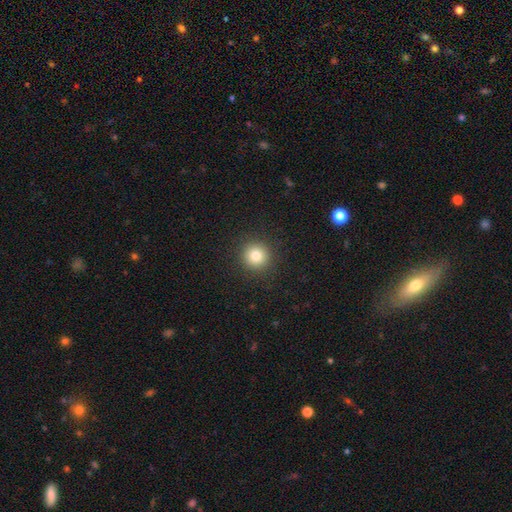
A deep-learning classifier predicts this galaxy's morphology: Overall: smooth (80%). How rounded: round (95%). Merging: none (92%).